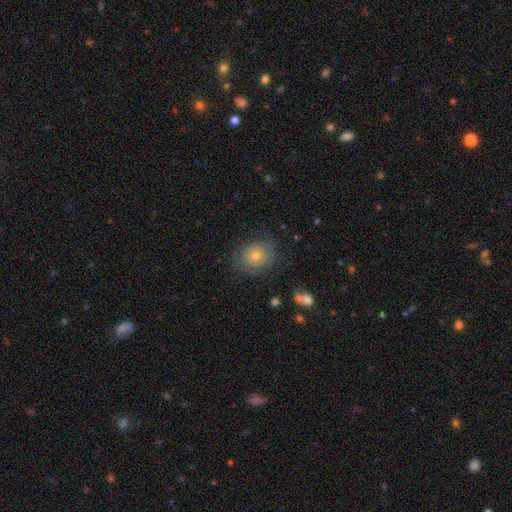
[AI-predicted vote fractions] Smooth or featured?
  - smooth: 54% *
  - featured or disk: 33%
  - star or artifact: 13%
How rounded?
  - round: 68% *
  - in between: 32%
  - cigar-shaped: 1%
Merging?
  - none: 74% *
  - minor disturbance: 17%
  - major disturbance: 8%
  - merger: 1%